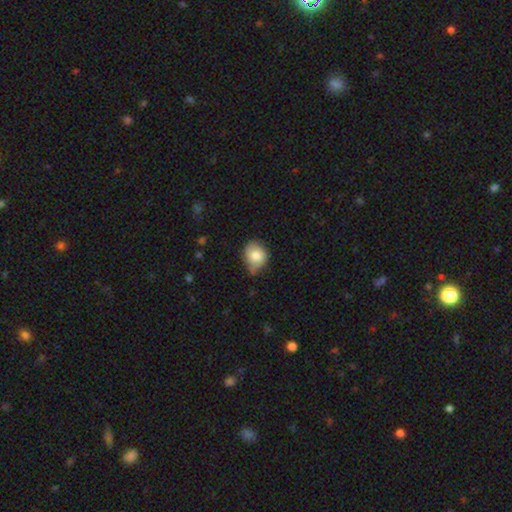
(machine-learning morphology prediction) Smooth or featured: smooth — 80% (featured or disk — 12%)
How rounded: round — 60% (in between — 39%)
Merging: none — 50% (minor disturbance — 38%)